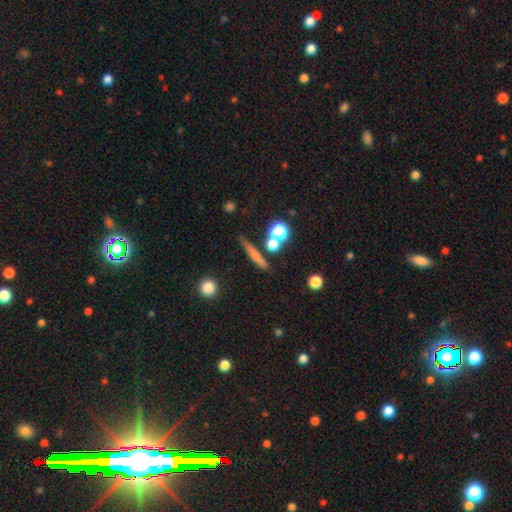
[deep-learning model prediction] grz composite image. It shows a smooth galaxy with no disk features (61%) that is cigar-shaped (80%). Merging: none (76%).